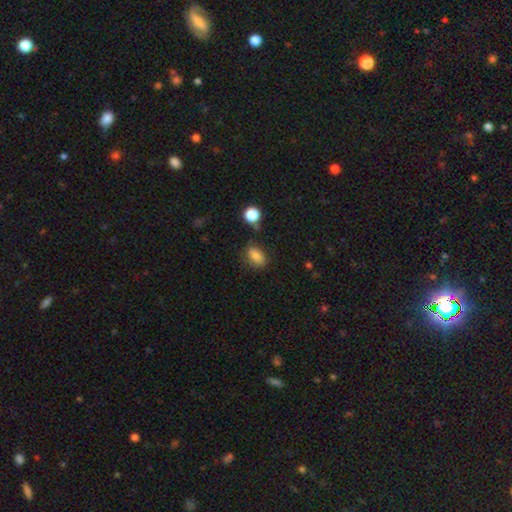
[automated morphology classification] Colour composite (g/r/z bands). It shows a smooth galaxy with no disk features (83%) that is in between round and cigar-shaped (85%). Merging: none (71%).